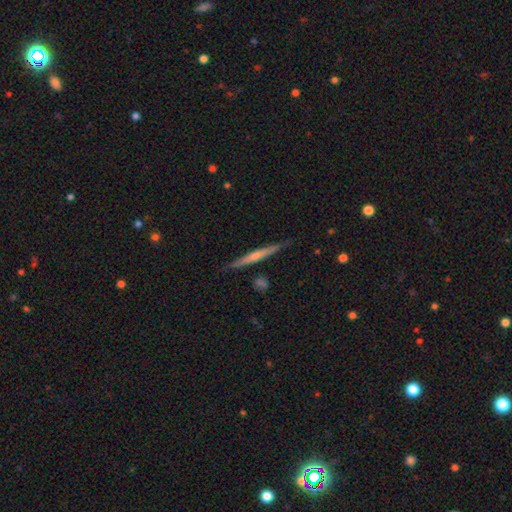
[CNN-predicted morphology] Overall: featured or disk (67%). Edge-on disk: yes (97%). Edge-on bulge: rounded (55%; none 36%). Merging: none (89%).